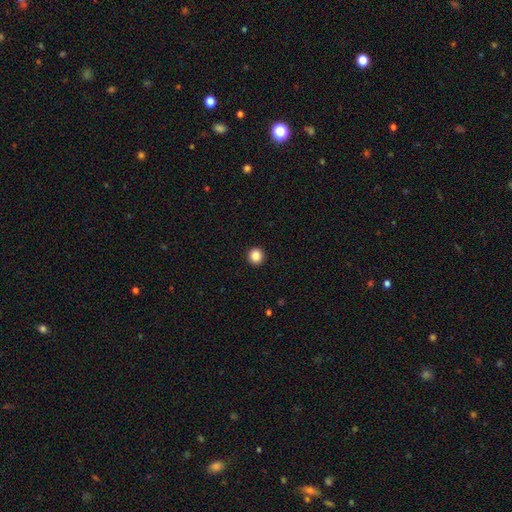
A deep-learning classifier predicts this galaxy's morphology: Q: Smooth or featured?
A: smooth (86%); runner-up: star or artifact (10%)
Q: How rounded?
A: round (95%); runner-up: in between (4%)
Q: Merging?
A: none (94%); runner-up: minor disturbance (4%)